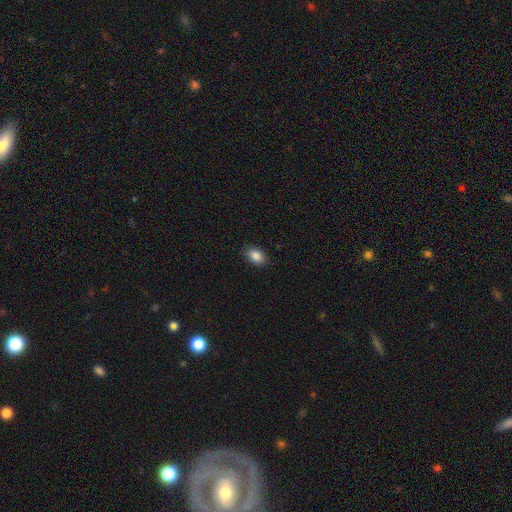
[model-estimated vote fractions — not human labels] Q: Smooth or featured?
A: smooth (86%); runner-up: star or artifact (8%)
Q: How rounded?
A: in between (86%); runner-up: round (13%)
Q: Merging?
A: none (86%); runner-up: minor disturbance (11%)